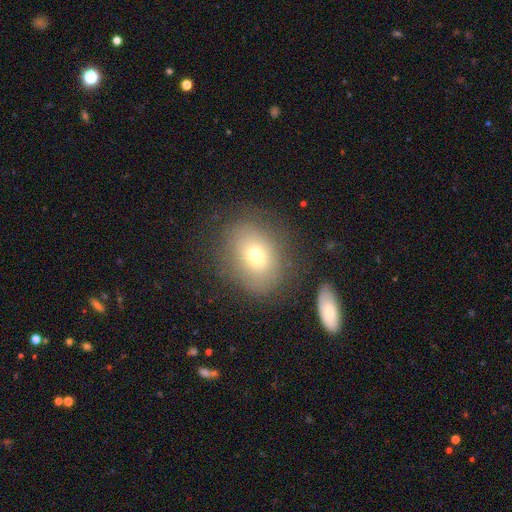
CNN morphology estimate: Overall: smooth (69%). How rounded: round (52%; in between 47%). Merging: none (71%).